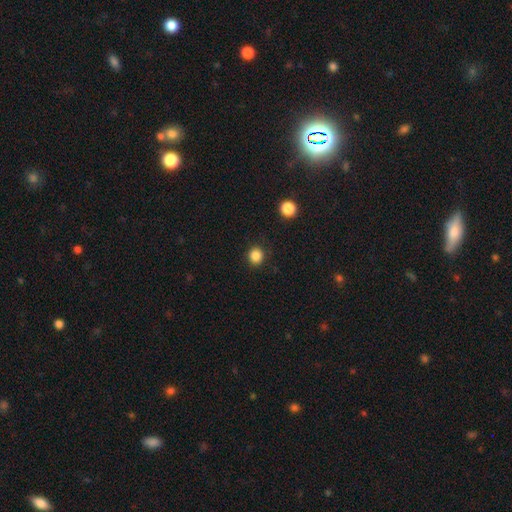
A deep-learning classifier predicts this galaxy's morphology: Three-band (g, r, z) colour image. It shows a smooth galaxy with no disk features (85%) that is round (89%). Merging: none (90%).